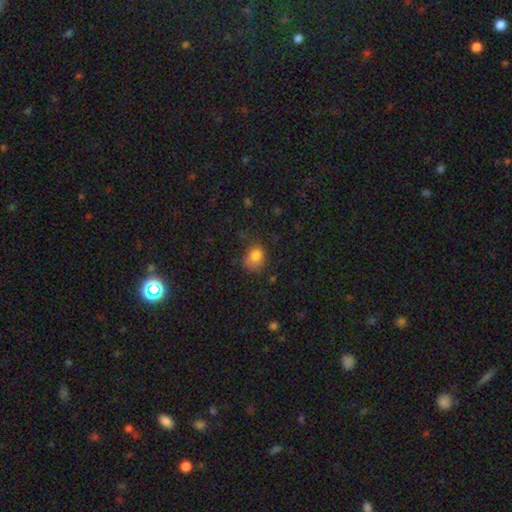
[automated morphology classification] Smooth or featured?
  - smooth: 79% *
  - star or artifact: 11%
  - featured or disk: 9%
How rounded?
  - round: 50% *
  - in between: 49%
  - cigar-shaped: 1%
Merging?
  - none: 47% *
  - minor disturbance: 31%
  - major disturbance: 19%
  - merger: 4%